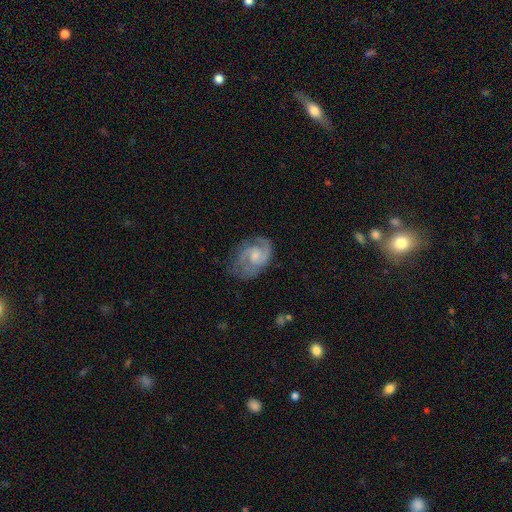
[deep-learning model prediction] Overall: featured or disk (81%). Edge-on disk: no (97%). Bar: no (57%; weak 38%). Spiral arms: yes (95%). Spiral arm count: 2 (72%). Spiral winding: medium (50%; tight 35%). Bulge size: small (48%; moderate 39%). Merging: none (60%; minor disturbance 25%).